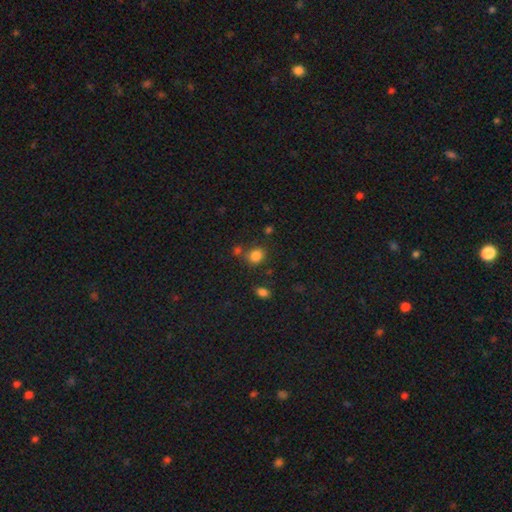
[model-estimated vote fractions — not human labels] Smooth or featured? smooth (83%)
How rounded? round (56%)
Merging? none (71%)